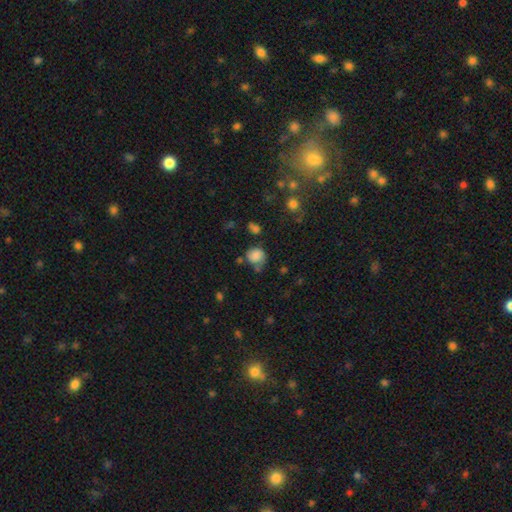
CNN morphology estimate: smooth-or-featured: smooth: 79% | featured or disk: 11% | star or artifact: 10%
  how-rounded: round: 75% | in between: 24% | cigar-shaped: 1%
  merging: none: 48% | minor disturbance: 27% | major disturbance: 14% | merger: 11%